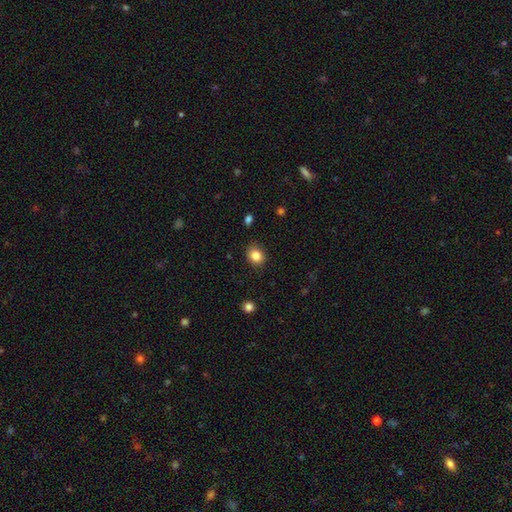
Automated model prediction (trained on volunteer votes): This is clearly a smooth galaxy (84%). How rounded: likely round (60%). Merging: clearly none (86%).